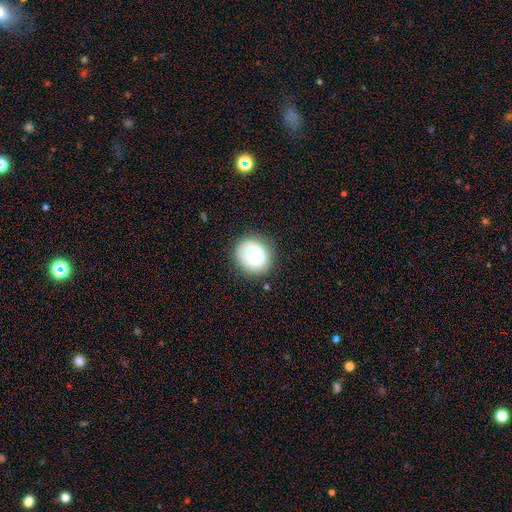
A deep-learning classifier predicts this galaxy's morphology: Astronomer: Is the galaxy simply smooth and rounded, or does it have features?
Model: smooth — 73%.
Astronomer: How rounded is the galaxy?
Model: round — 79%.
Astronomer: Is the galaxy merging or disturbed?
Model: none — 76%.